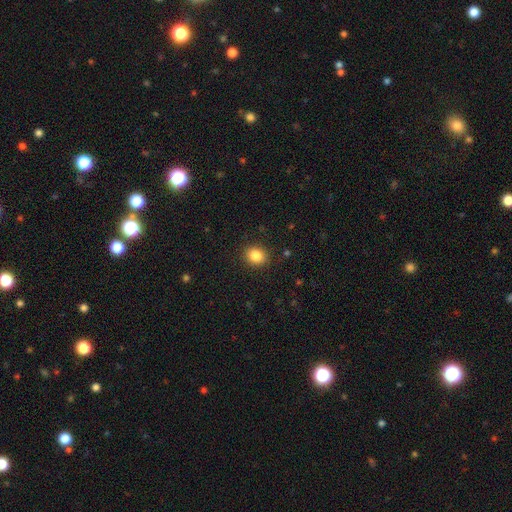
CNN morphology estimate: Q: Smooth or featured?
A: smooth (85%); runner-up: star or artifact (10%)
Q: How rounded?
A: round (59%); runner-up: in between (40%)
Q: Merging?
A: none (89%); runner-up: minor disturbance (7%)